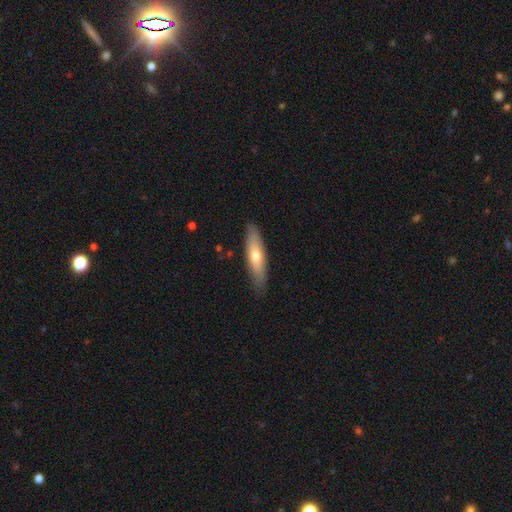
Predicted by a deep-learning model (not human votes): smooth 59%, featured or disk 35%, star or artifact 6%. Down the decision tree: how rounded — cigar-shaped (67%); merging — none (85%).